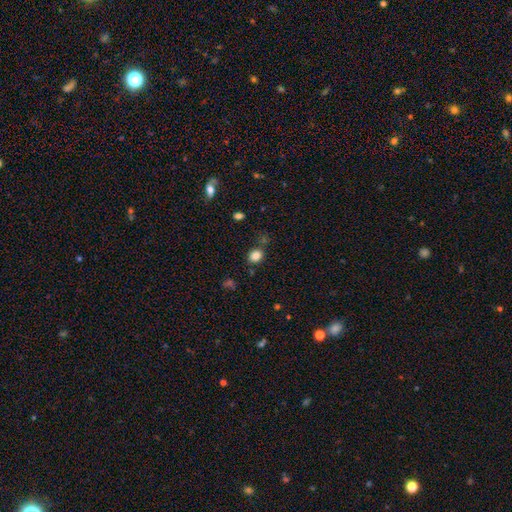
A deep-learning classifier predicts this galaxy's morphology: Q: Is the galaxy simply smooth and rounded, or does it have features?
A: smooth — 83%.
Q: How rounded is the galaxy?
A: round — 61%.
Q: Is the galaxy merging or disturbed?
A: none — 76%.